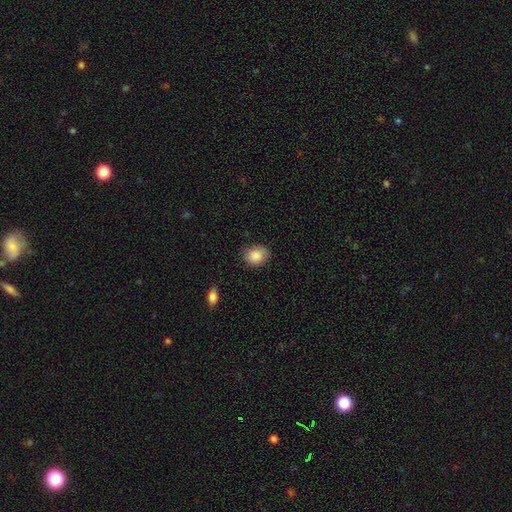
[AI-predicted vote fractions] Smooth or featured?
  - smooth: 88% *
  - star or artifact: 8%
  - featured or disk: 5%
How rounded?
  - round: 51% *
  - in between: 48%
  - cigar-shaped: 1%
Merging?
  - none: 76% *
  - minor disturbance: 19%
  - major disturbance: 3%
  - merger: 1%